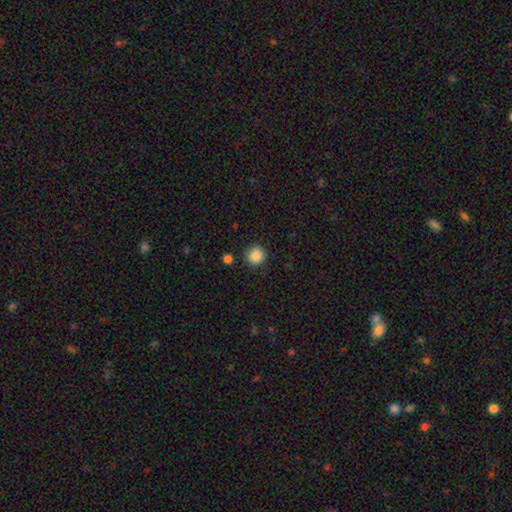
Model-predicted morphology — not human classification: Smooth or featured?
  - smooth: 87% *
  - star or artifact: 10%
  - featured or disk: 3%
How rounded?
  - round: 93% *
  - in between: 6%
  - cigar-shaped: 1%
Merging?
  - none: 89% *
  - minor disturbance: 6%
  - major disturbance: 2%
  - merger: 2%